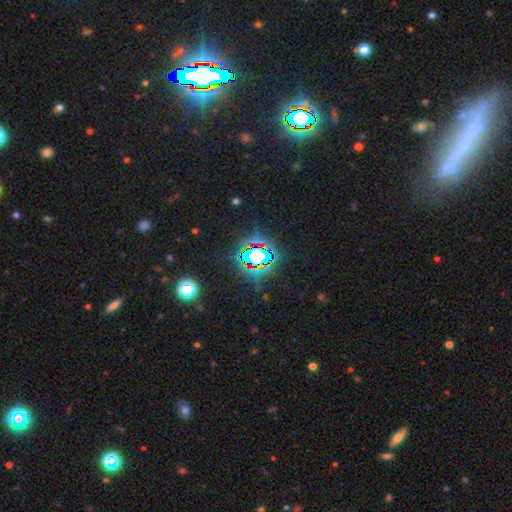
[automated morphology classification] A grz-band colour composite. It shows a star or artifact, not a galaxy (75%).